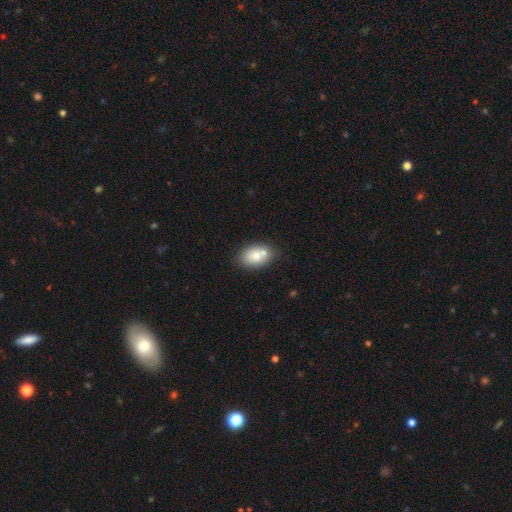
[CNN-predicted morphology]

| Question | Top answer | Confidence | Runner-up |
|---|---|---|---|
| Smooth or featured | smooth | 74% | featured or disk (18%) |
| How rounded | in between | 85% | round (14%) |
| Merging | none | 60% | merger (22%) |